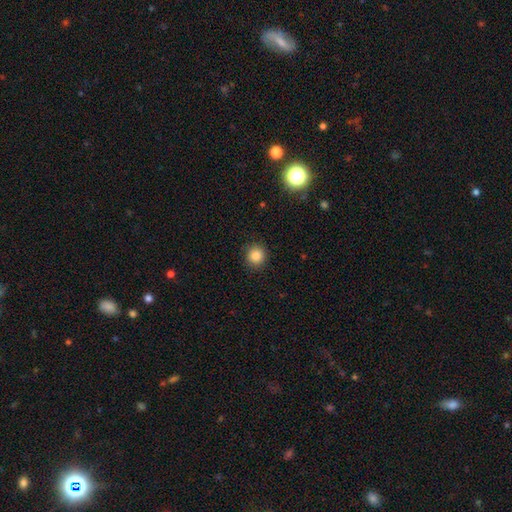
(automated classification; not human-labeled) Q: Smooth or featured?
A: smooth (85%); runner-up: star or artifact (11%)
Q: How rounded?
A: round (91%); runner-up: in between (8%)
Q: Merging?
A: none (90%); runner-up: minor disturbance (7%)